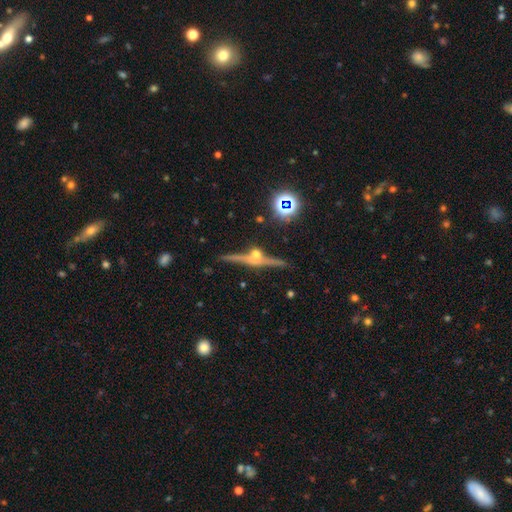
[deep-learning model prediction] Morphology: type=featured or disk (74%); edge-on=yes (96%); edge-on bulge=rounded (82%); merging=none (80%).